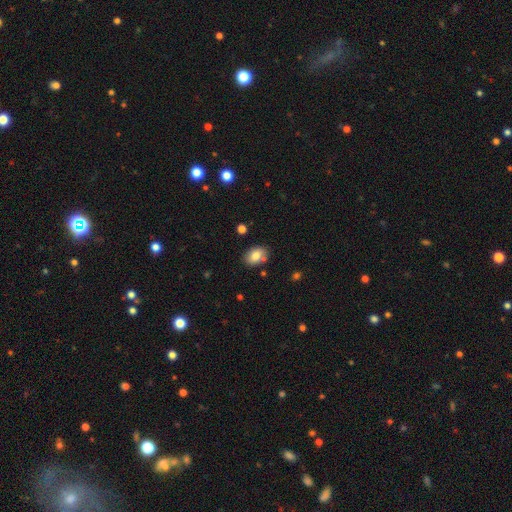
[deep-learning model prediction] Smooth or featured? Predicted: smooth (p=0.79). How rounded? Predicted: in between (p=0.81). Merging? Predicted: none (p=0.79).